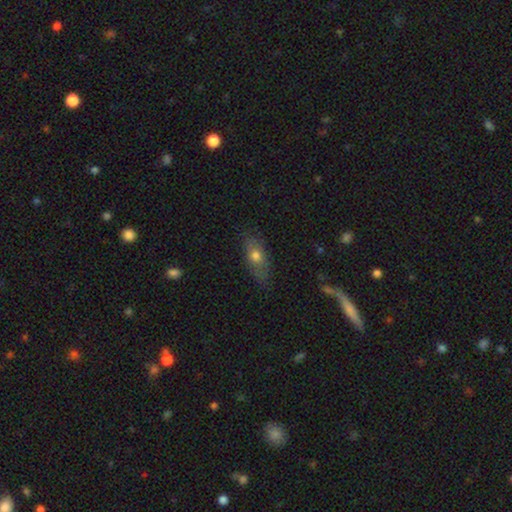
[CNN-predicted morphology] smooth_or_featured: smooth (p=0.64) [alt: featured or disk p=0.27]
how_rounded: in between (p=0.71) [alt: cigar-shaped p=0.20]
merging: none (p=0.71) [alt: minor disturbance p=0.21]